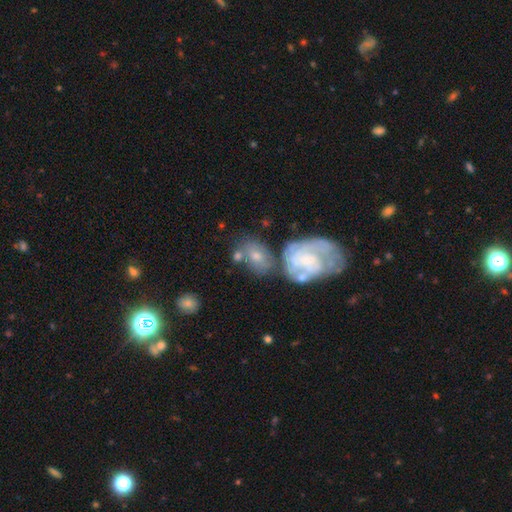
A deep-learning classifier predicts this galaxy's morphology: This is possibly a smooth galaxy (46%, tied with featured or disk). Merging: marginally none (41%).